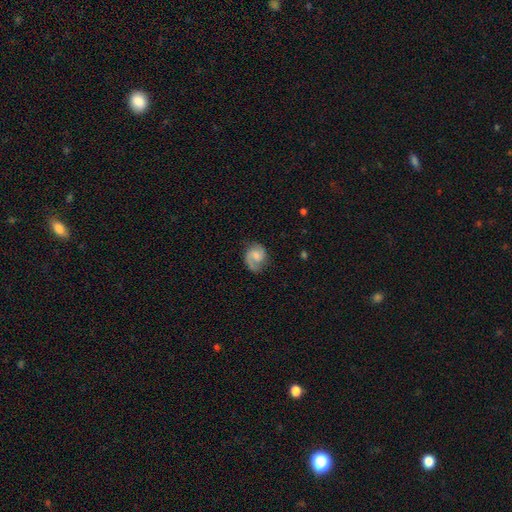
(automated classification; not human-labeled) Smooth or featured: featured or disk — 72% (smooth — 21%)
Edge-on disk: no — 98% (yes — 2%)
Bar: weak — 47% (no — 44%)
Spiral arms: yes — 95% (no — 5%)
Spiral winding: medium — 47% (tight — 32%)
Spiral arm count: 2 — 65% (1 — 27%)
Bulge size: small — 37% (moderate — 36%)
Merging: none — 68% (minor disturbance — 20%)